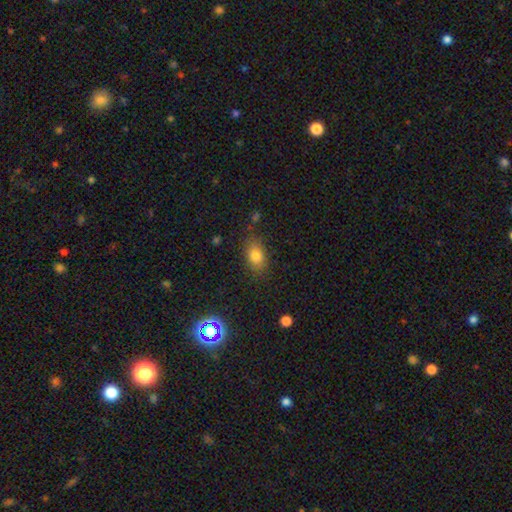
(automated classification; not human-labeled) The model was most divided on "how rounded": in between: 80%, round: 18%, cigar-shaped: 2%. More confident: merging — none (81%); smooth or featured — smooth (79%).